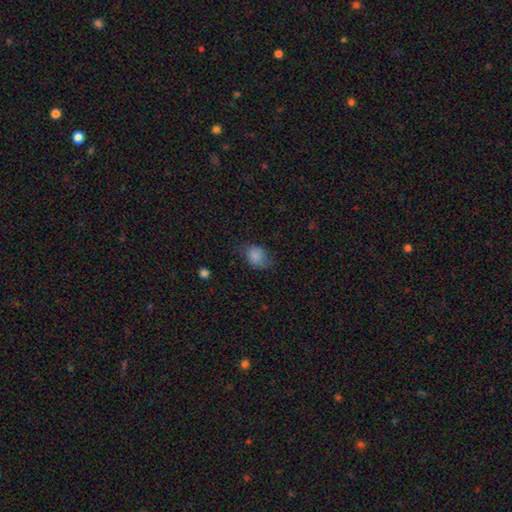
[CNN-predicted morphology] Smooth or featured? smooth (82%)
How rounded? in between (66%)
Merging? none (57%)